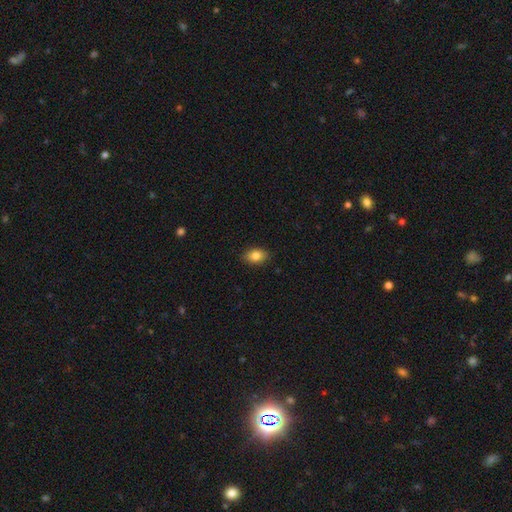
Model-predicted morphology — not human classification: smooth_or_featured: smooth (p=0.83) [alt: star or artifact p=0.08]
how_rounded: in between (p=0.83) [alt: round p=0.16]
merging: none (p=0.88) [alt: minor disturbance p=0.09]